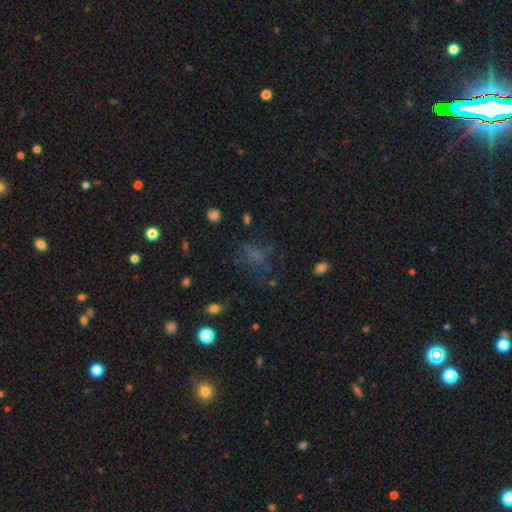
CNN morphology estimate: Smooth or featured?
  - smooth: 46% *
  - star or artifact: 30%
  - featured or disk: 24%
Merging?
  - none: 51% *
  - major disturbance: 26%
  - minor disturbance: 19%
  - merger: 4%